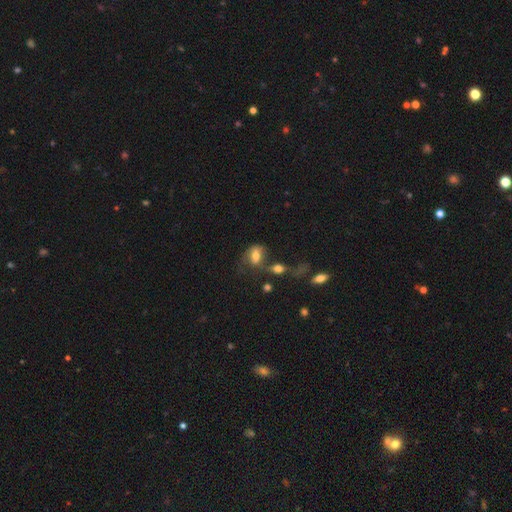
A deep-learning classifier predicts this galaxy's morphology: smooth_or_featured: smooth (p=0.63) [alt: featured or disk p=0.26]
how_rounded: in between (p=0.78) [alt: round p=0.19]
merging: merger (p=0.31) [alt: none p=0.30]